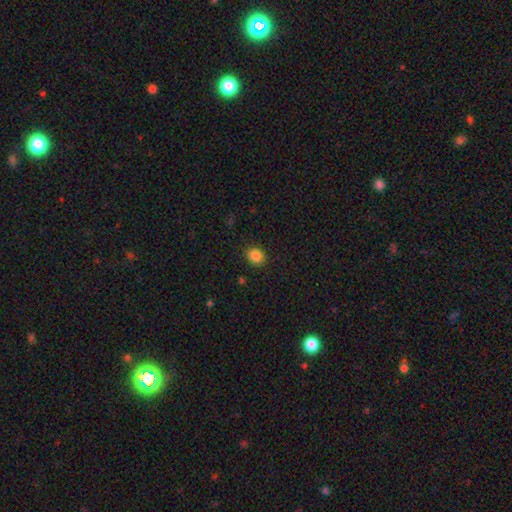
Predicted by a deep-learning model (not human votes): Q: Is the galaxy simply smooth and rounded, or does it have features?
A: smooth — 86%.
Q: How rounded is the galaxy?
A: round — 69%.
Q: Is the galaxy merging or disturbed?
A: none — 89%.